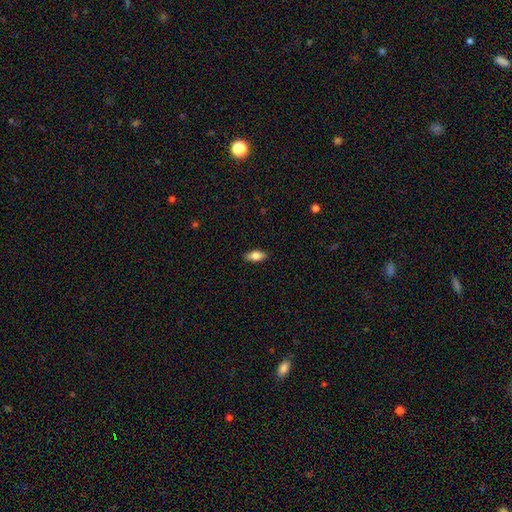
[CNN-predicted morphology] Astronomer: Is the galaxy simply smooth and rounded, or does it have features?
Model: smooth — 82%.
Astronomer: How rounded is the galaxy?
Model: in between — 86%.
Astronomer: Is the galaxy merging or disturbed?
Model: none — 88%.